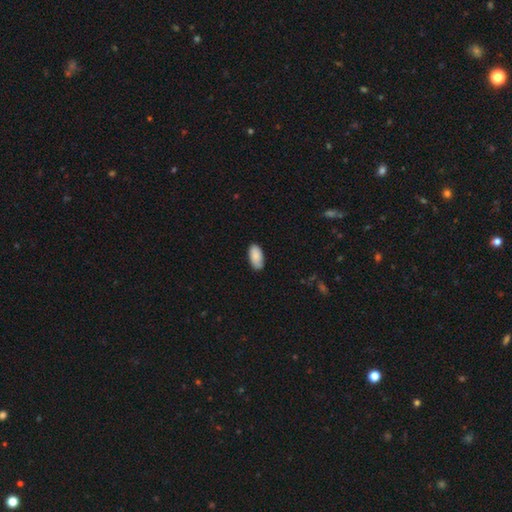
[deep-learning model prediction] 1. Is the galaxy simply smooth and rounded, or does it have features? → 86% smooth, 8% featured or disk, 6% star or artifact.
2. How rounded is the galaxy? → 94% in between, 4% cigar-shaped, 2% round.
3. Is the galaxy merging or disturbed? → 80% none, 16% minor disturbance, 2% major disturbance, 1% merger.